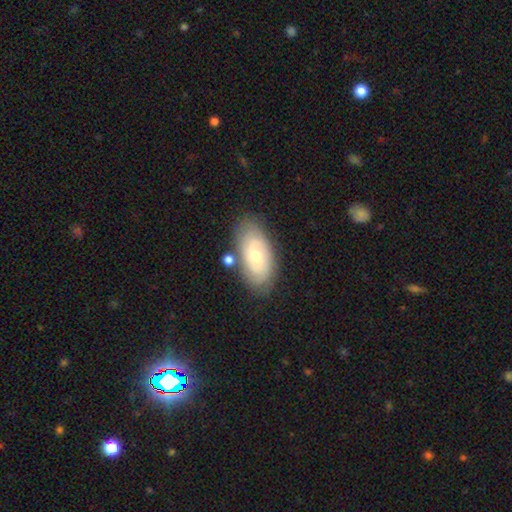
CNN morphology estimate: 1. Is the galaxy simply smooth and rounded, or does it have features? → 61% featured or disk, 32% smooth, 7% star or artifact.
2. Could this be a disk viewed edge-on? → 92% no, 8% yes.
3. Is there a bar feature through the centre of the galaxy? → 72% no, 24% weak, 4% strong.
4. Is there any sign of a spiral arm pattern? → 82% yes, 18% no.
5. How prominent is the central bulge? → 53% moderate, 42% small, 3% large, 1% none, 1% dominant.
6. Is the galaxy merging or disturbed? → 74% none, 16% minor disturbance, 6% merger, 4% major disturbance.